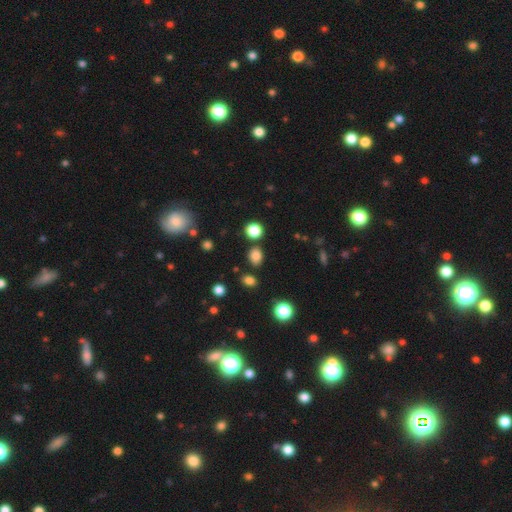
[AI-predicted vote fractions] Smooth or featured?
  - smooth: 80% *
  - star or artifact: 15%
  - featured or disk: 5%
How rounded?
  - round: 53% *
  - in between: 46%
  - cigar-shaped: 1%
Merging?
  - none: 80% *
  - minor disturbance: 10%
  - merger: 6%
  - major disturbance: 3%